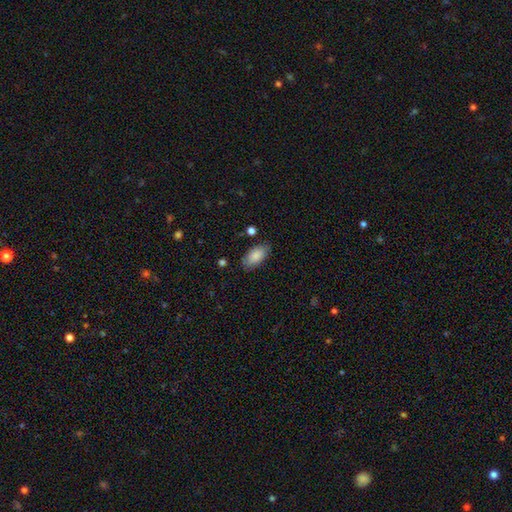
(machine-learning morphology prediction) A smooth galaxy with no disk features (85%) that is in between round and cigar-shaped (94%). Merging: none (81%).